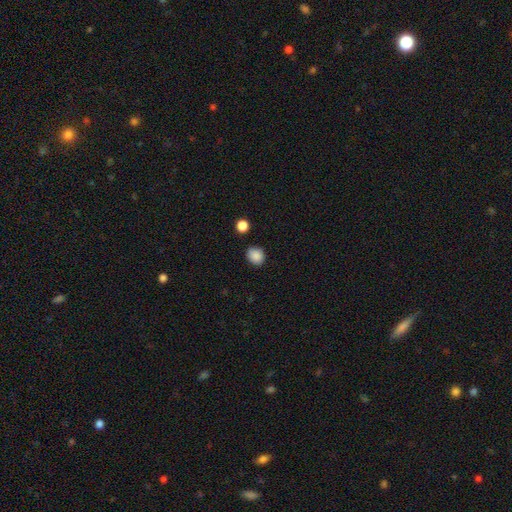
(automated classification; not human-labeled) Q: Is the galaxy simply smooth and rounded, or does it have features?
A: smooth — 87%.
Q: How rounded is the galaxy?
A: round — 71%.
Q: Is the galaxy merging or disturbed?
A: none — 84%.